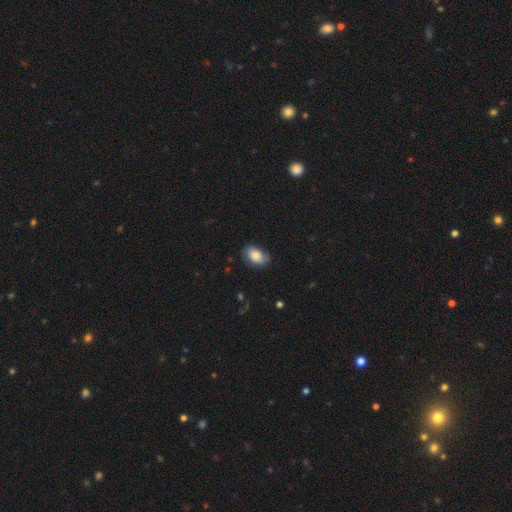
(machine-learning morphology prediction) smooth-or-featured: smooth: 73% | featured or disk: 20% | star or artifact: 7%
  how-rounded: in between: 89% | round: 9% | cigar-shaped: 2%
  merging: none: 74% | minor disturbance: 20% | major disturbance: 5% | merger: 1%